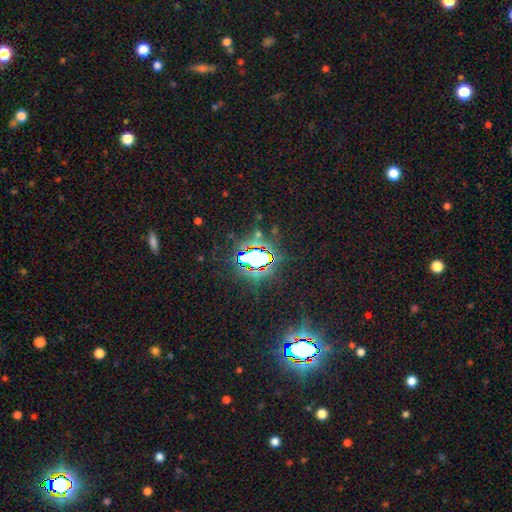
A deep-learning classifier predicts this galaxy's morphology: Smooth or featured? star or artifact (74%)